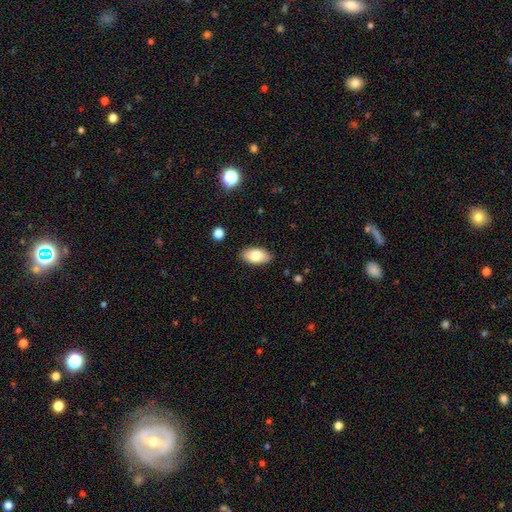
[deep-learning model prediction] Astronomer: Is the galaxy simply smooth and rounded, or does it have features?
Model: smooth — 81%.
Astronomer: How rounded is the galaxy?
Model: in between — 94%.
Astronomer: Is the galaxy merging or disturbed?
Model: none — 87%.